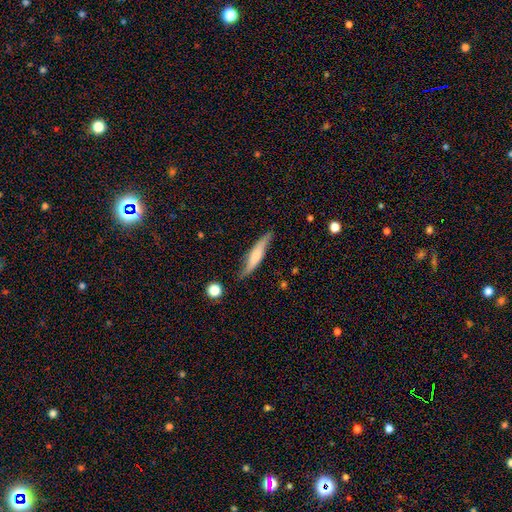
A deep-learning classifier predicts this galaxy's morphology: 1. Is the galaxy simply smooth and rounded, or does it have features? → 53% smooth, 41% featured or disk, 6% star or artifact.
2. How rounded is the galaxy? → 85% cigar-shaped, 13% in between, 2% round.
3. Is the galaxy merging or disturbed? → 76% none, 18% minor disturbance, 4% major disturbance, 2% merger.